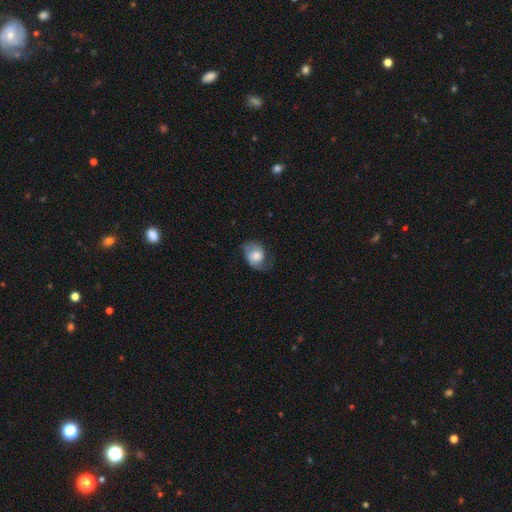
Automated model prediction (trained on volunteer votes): This appears to be a smooth galaxy with no disk features (54%) that is in between round and cigar-shaped (64%). Merging: none (52%).